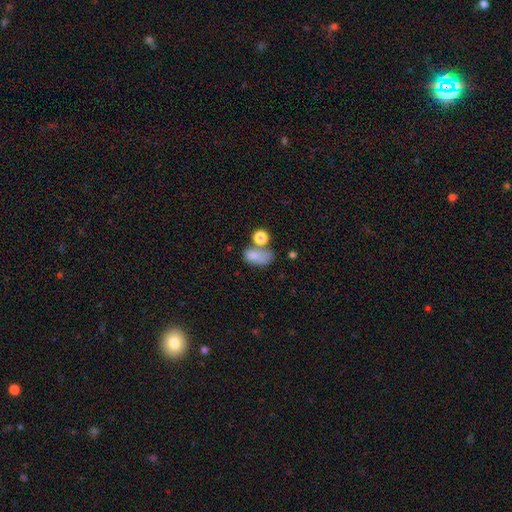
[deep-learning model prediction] Overall: smooth (76%). How rounded: in between (81%). Merging: merger (34%; none 32%).